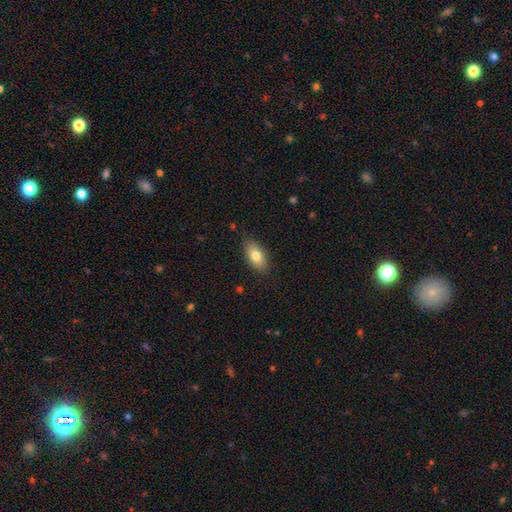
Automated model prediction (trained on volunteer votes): Smooth or featured? smooth (79%)
How rounded? in between (89%)
Merging? none (83%)